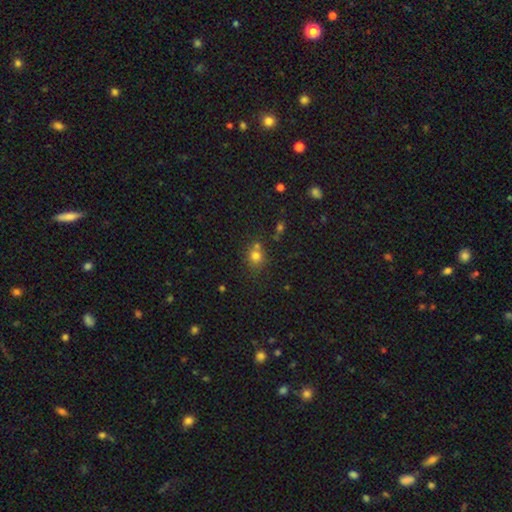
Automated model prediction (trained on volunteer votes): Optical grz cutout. It shows a smooth galaxy with no disk features (74%) that is round (78%). Merging: none (61%).